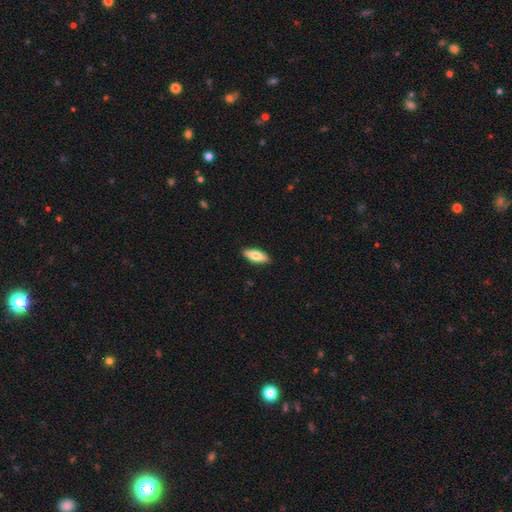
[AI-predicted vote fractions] Smooth or featured?
  - smooth: 70% *
  - featured or disk: 24%
  - star or artifact: 6%
How rounded?
  - in between: 63% *
  - cigar-shaped: 35%
  - round: 2%
Merging?
  - none: 90% *
  - minor disturbance: 8%
  - major disturbance: 2%
  - merger: 1%